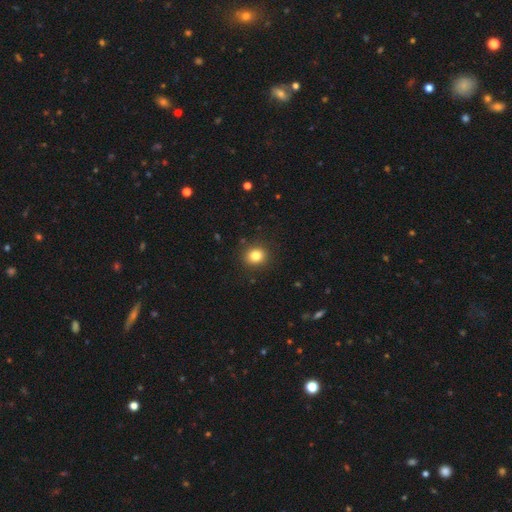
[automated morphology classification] Overall: smooth (83%). How rounded: round (77%). Merging: none (90%).